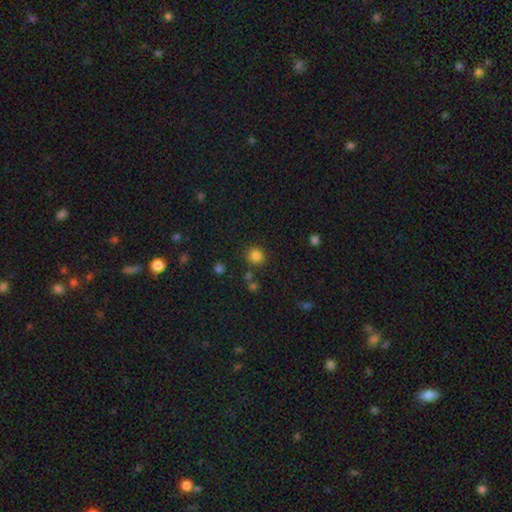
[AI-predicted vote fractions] This is clearly a smooth galaxy (83%). How rounded: clearly round (89%). Merging: clearly none (85%).